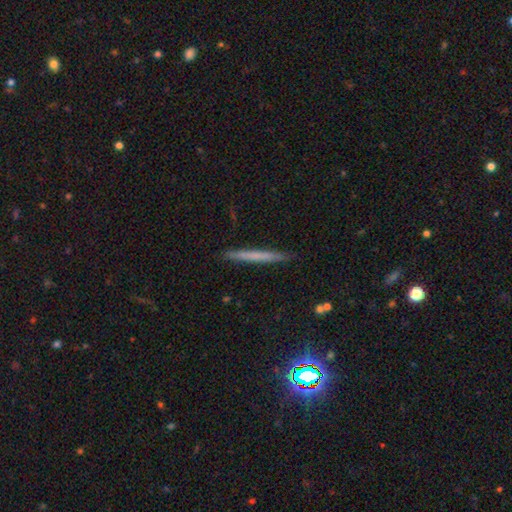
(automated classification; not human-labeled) Overall: smooth (57%; featured or disk 35%). How rounded: cigar-shaped (96%). Merging: none (90%).